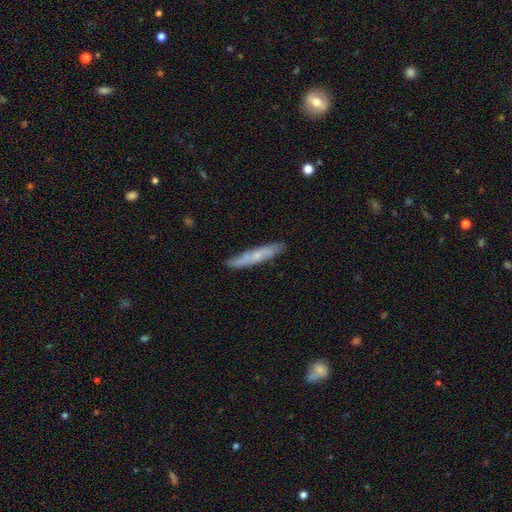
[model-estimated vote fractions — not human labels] Smooth or featured?
  - featured or disk: 47% *
  - smooth: 46%
  - star or artifact: 6%
Merging?
  - none: 82% *
  - minor disturbance: 14%
  - major disturbance: 2%
  - merger: 2%